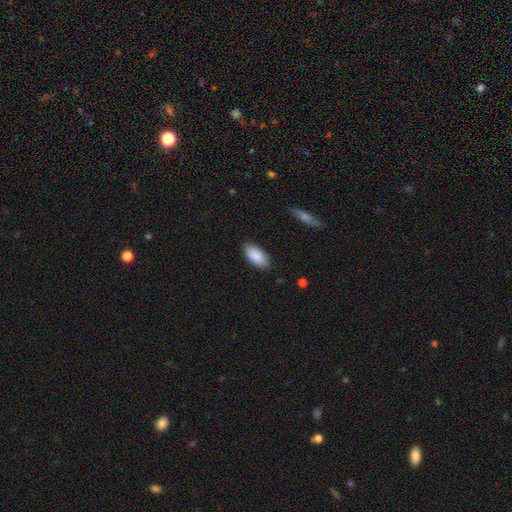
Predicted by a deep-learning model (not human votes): Q: Smooth or featured?
A: smooth (89%); runner-up: star or artifact (6%)
Q: How rounded?
A: in between (93%); runner-up: cigar-shaped (5%)
Q: Merging?
A: none (86%); runner-up: minor disturbance (11%)